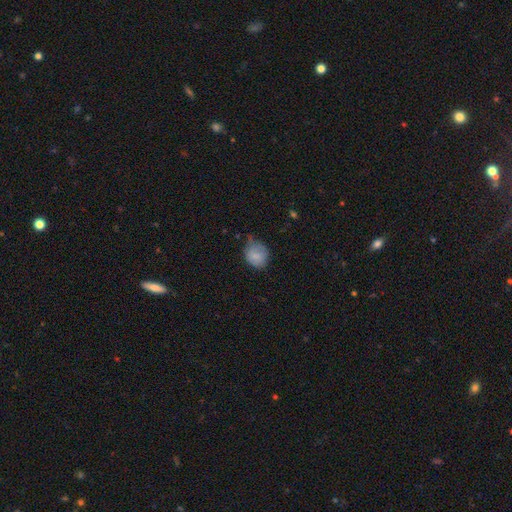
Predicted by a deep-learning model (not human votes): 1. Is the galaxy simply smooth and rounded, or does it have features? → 80% smooth, 12% featured or disk, 9% star or artifact.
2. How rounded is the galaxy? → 67% round, 32% in between, 1% cigar-shaped.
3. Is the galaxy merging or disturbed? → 49% none, 39% minor disturbance, 10% major disturbance, 2% merger.